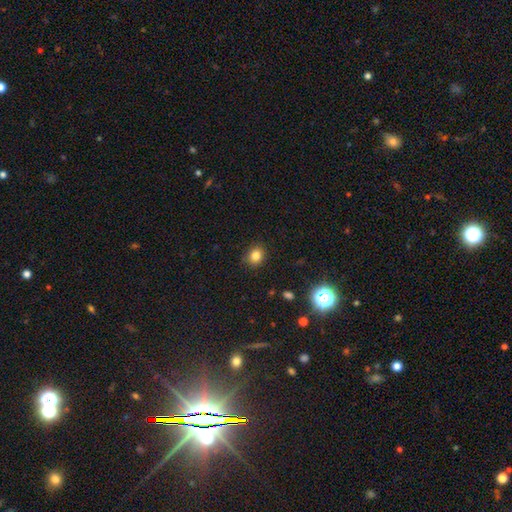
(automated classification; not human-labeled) A smooth galaxy with no disk features (82%) that is round (64%). Merging: none (87%).